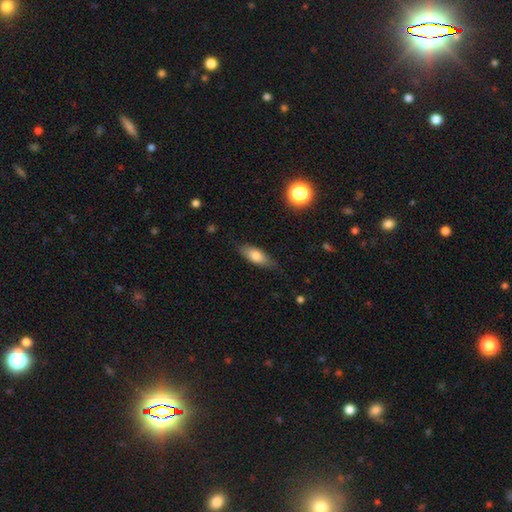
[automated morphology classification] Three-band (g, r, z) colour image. It shows a smooth galaxy with no disk features (74%) that is in between round and cigar-shaped (72%). Merging: none (75%).